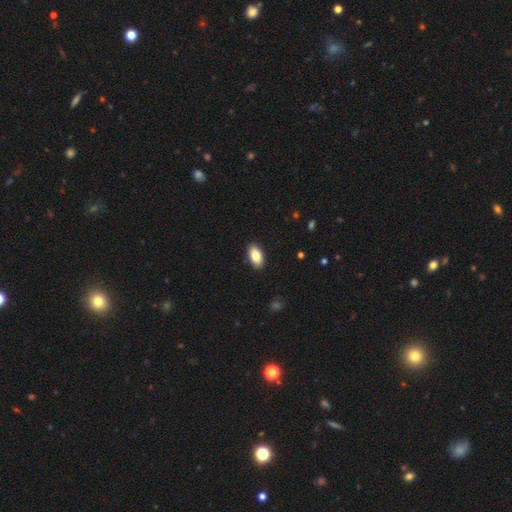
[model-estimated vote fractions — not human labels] Smooth or featured: smooth — 84% (featured or disk — 10%)
How rounded: in between — 93% (cigar-shaped — 4%)
Merging: none — 90% (minor disturbance — 7%)